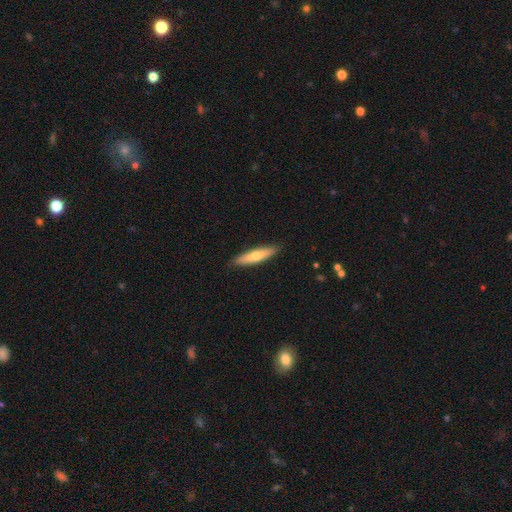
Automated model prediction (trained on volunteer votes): Overall: smooth (64%; featured or disk 30%). How rounded: cigar-shaped (81%). Merging: none (89%).